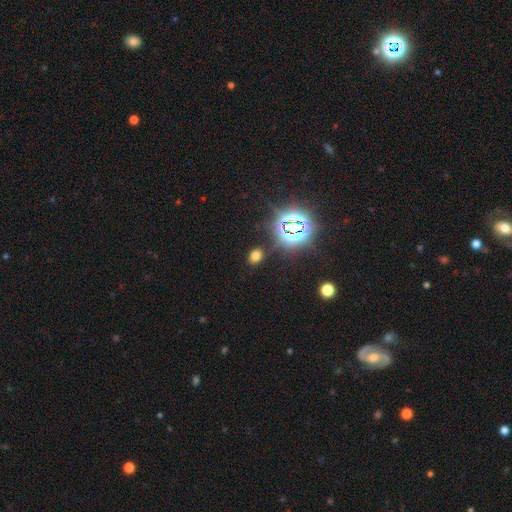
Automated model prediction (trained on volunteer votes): Smooth or featured?
  - smooth: 60% *
  - star or artifact: 33%
  - featured or disk: 7%
How rounded?
  - in between: 64% *
  - round: 35%
  - cigar-shaped: 2%
Merging?
  - none: 83% *
  - minor disturbance: 11%
  - major disturbance: 4%
  - merger: 3%